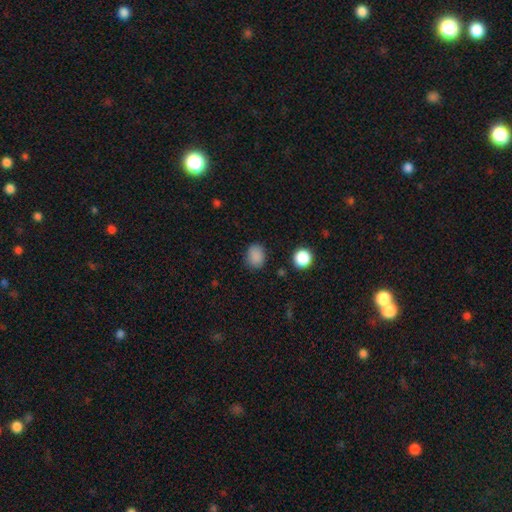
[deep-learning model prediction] Overall: smooth (86%). How rounded: round (50%; in between 49%). Merging: none (82%).